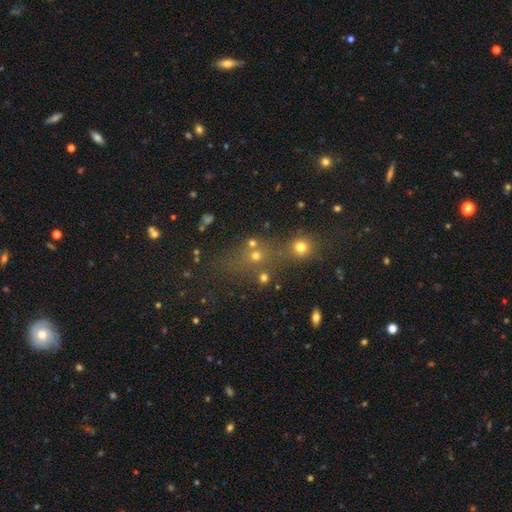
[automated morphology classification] Smooth or featured? smooth (55%)
How rounded? round (76%)
Merging? none (49%)